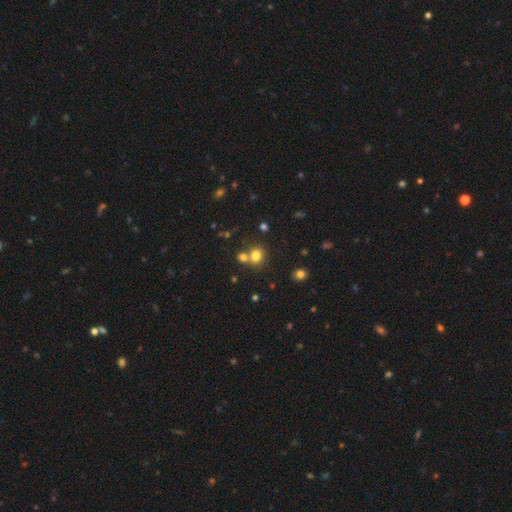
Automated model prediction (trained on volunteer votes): Smooth or featured: smooth — 78% (star or artifact — 14%)
How rounded: round — 66% (in between — 33%)
Merging: none — 55% (merger — 32%)